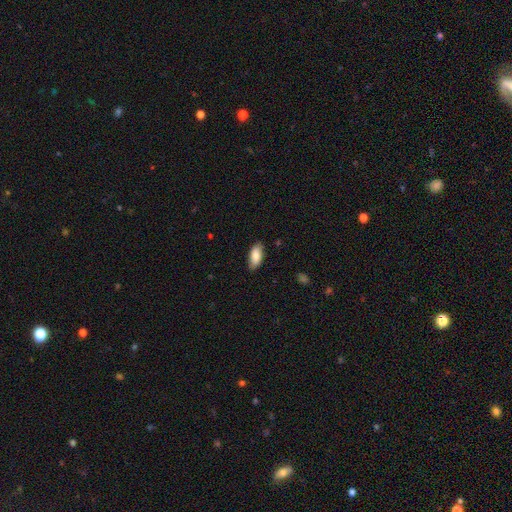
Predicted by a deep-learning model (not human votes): A smooth galaxy with no disk features (83%) that is in between round and cigar-shaped (89%).

Vote fractions:
- Smooth or featured? smooth: 83% / featured or disk: 10% / star or artifact: 6%
- How rounded? in between: 89% / cigar-shaped: 9% / round: 2%
- Merging? none: 84% / minor disturbance: 13% / major disturbance: 2% / merger: 1%